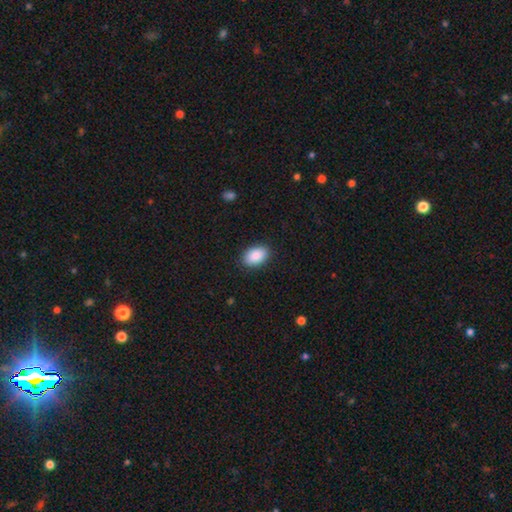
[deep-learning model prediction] A smooth galaxy with no disk features (90%) that is in between round and cigar-shaped (91%).

Vote fractions:
- Smooth or featured? smooth: 90% / star or artifact: 6% / featured or disk: 4%
- How rounded? in between: 91% / round: 8% / cigar-shaped: 1%
- Merging? none: 89% / minor disturbance: 8% / major disturbance: 2% / merger: 1%